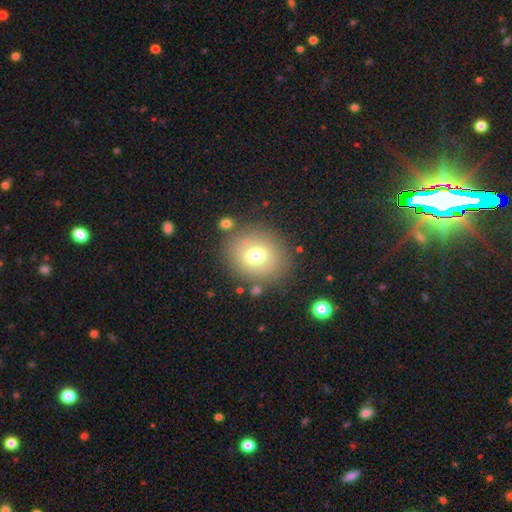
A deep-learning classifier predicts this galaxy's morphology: type=smooth (66%); roundness=round (68%); merging=none (78%).